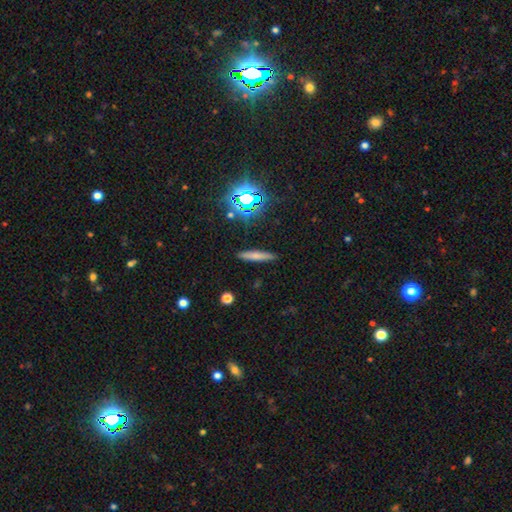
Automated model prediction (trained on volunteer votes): smooth 66%, featured or disk 19%, star or artifact 15%. Down the decision tree: how rounded — cigar-shaped (88%); merging — none (88%).